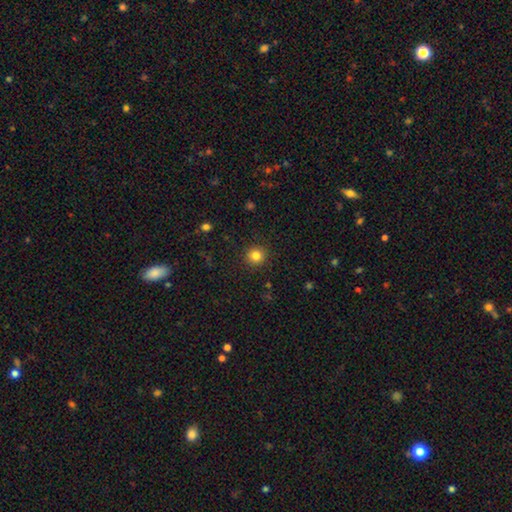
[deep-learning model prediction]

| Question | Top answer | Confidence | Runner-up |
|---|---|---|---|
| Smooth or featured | smooth | 83% | star or artifact (12%) |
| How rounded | round | 93% | in between (6%) |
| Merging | none | 91% | minor disturbance (6%) |